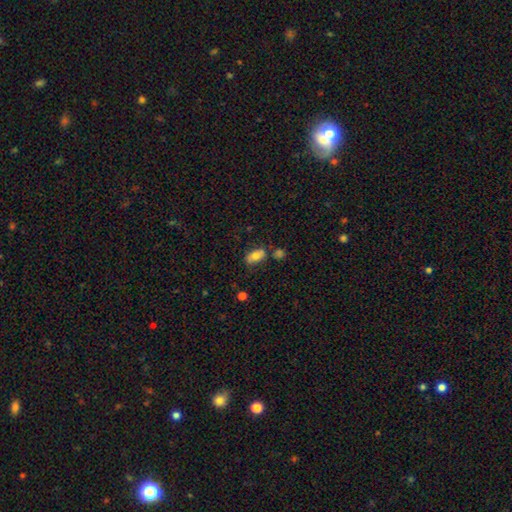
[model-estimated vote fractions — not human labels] Q: Smooth or featured?
A: smooth (76%); runner-up: featured or disk (16%)
Q: How rounded?
A: in between (91%); runner-up: round (5%)
Q: Merging?
A: none (65%); runner-up: minor disturbance (19%)